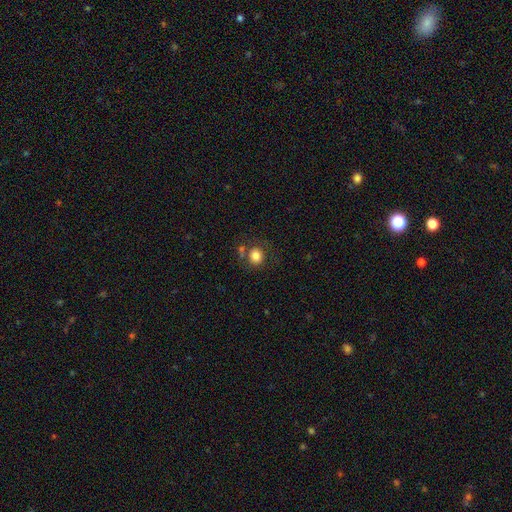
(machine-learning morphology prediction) A smooth galaxy with no disk features (81%) that is round (82%).

Vote fractions:
- Smooth or featured? smooth: 81% / star or artifact: 11% / featured or disk: 8%
- How rounded? round: 82% / in between: 17% / cigar-shaped: 1%
- Merging? none: 70% / minor disturbance: 12% / merger: 11% / major disturbance: 6%